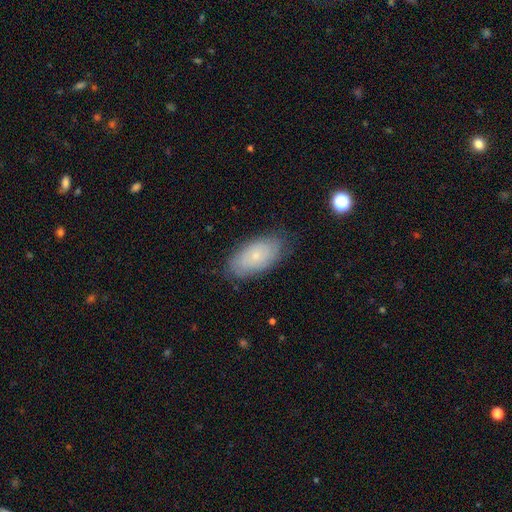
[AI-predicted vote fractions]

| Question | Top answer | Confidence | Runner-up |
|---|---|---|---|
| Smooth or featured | smooth | 58% | featured or disk (34%) |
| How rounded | in between | 93% | round (4%) |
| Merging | none | 78% | minor disturbance (17%) |